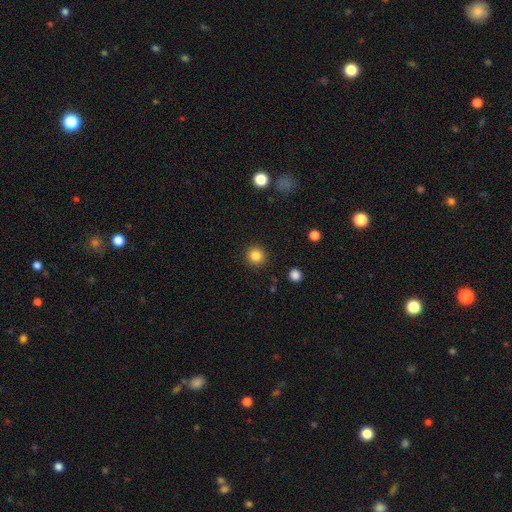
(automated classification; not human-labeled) The model was most divided on "smooth or featured": smooth: 85%, star or artifact: 11%, featured or disk: 4%. More confident: how rounded — round (94%); merging — none (91%).